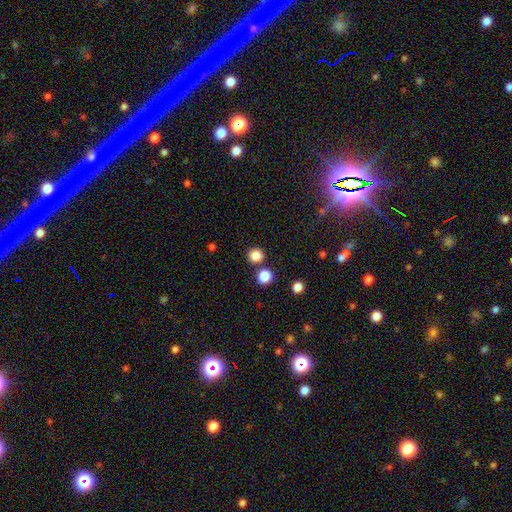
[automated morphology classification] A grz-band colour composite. It shows a smooth galaxy with no disk features (84%) that is round (92%). Merging: none (84%).